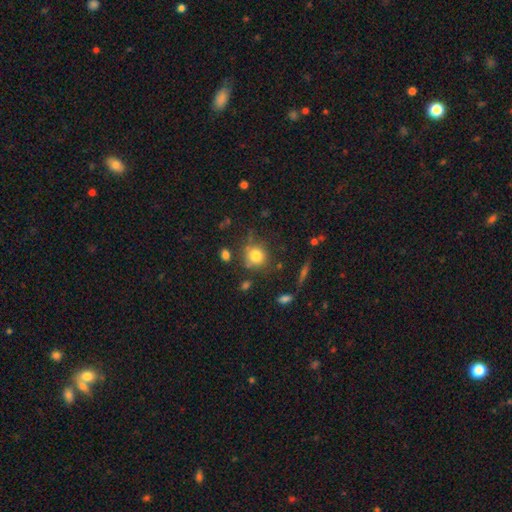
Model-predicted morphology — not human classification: This appears to be a smooth galaxy with no disk features (79%) that is round (84%). Merging: none (70%).